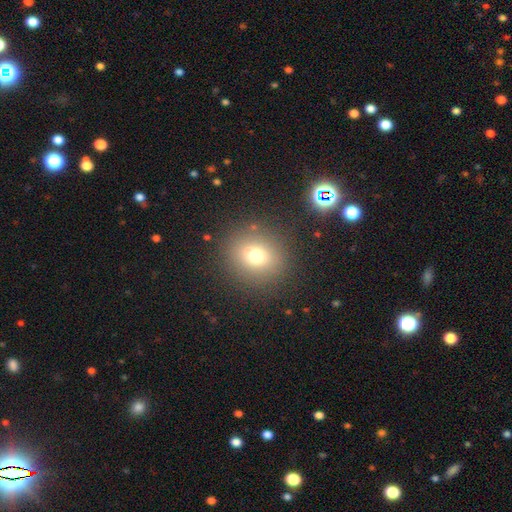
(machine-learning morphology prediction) smooth 70%, star or artifact 17%, featured or disk 13%. Down the decision tree: how rounded — round (81%); merging — none (84%).